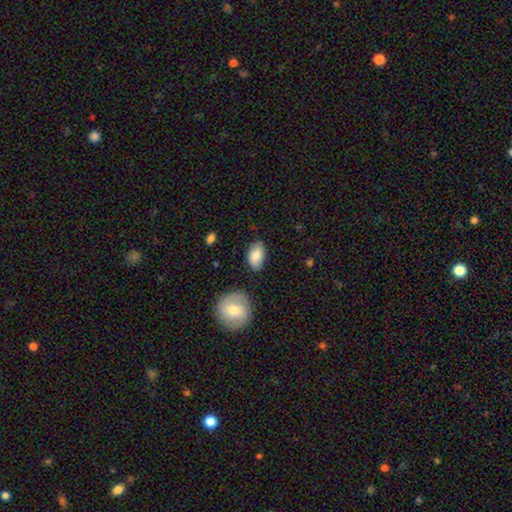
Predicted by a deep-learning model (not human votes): Smooth or featured? smooth (82%)
How rounded? in between (93%)
Merging? none (79%)